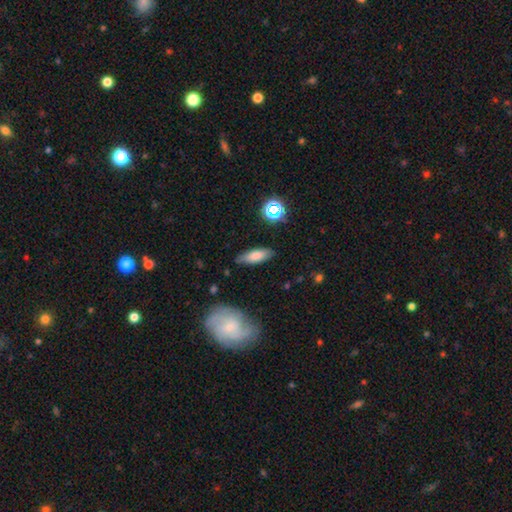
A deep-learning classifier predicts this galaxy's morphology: smooth 75%, featured or disk 16%, star or artifact 9%. Down the decision tree: how rounded — in between (62%); merging — none (82%).